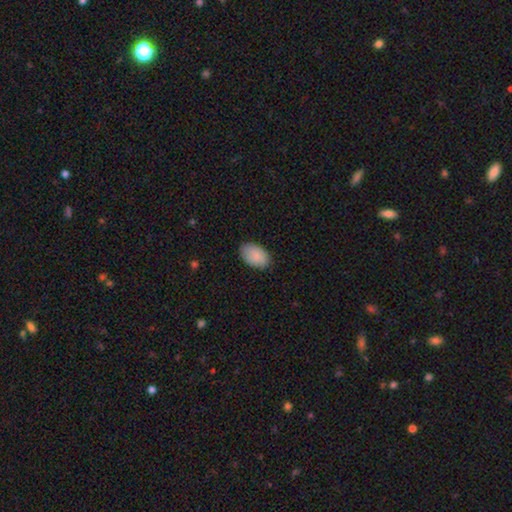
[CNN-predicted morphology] smooth 88%, star or artifact 6%, featured or disk 6%. Down the decision tree: how rounded — in between (93%); merging — none (84%).